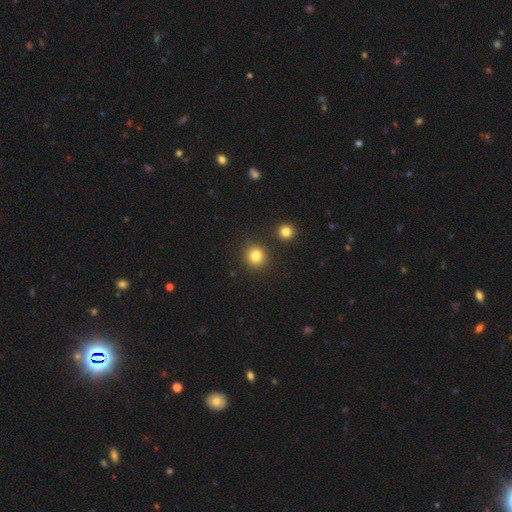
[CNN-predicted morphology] Smooth or featured? smooth (83%)
How rounded? round (86%)
Merging? none (85%)